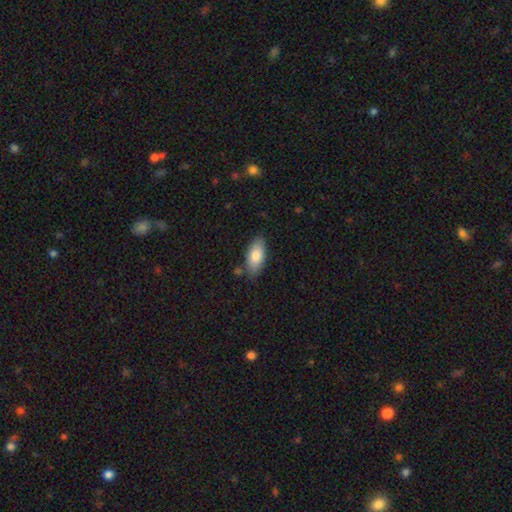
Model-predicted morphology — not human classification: A smooth galaxy with no disk features (81%) that is in between round and cigar-shaped (88%). Merging: none (80%).